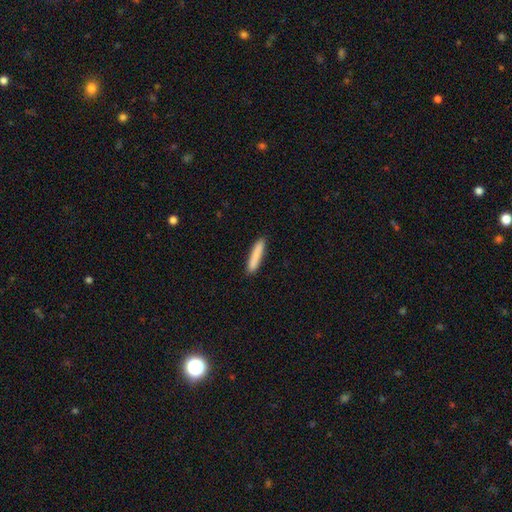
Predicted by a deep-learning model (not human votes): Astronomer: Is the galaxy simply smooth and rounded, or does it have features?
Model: smooth — 85%.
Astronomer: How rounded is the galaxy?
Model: cigar-shaped — 92%.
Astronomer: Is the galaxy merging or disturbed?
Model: none — 90%.